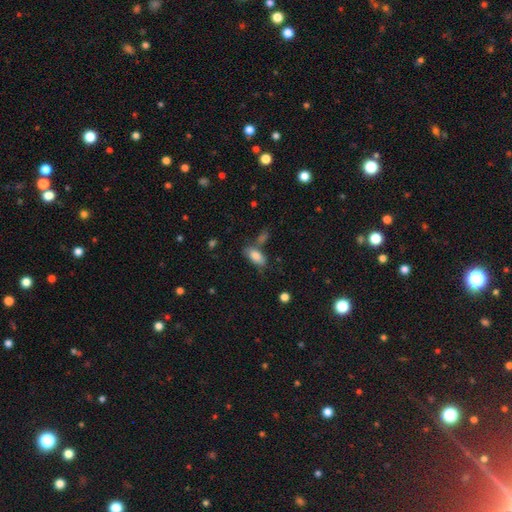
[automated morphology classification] Smooth or featured?
  - smooth: 82% *
  - featured or disk: 10%
  - star or artifact: 8%
How rounded?
  - in between: 89% *
  - cigar-shaped: 8%
  - round: 3%
Merging?
  - none: 60% *
  - minor disturbance: 19%
  - merger: 15%
  - major disturbance: 6%